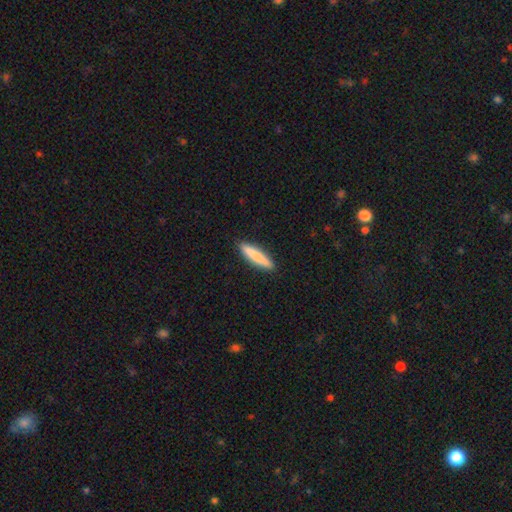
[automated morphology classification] smooth_or_featured: smooth (p=0.80) [alt: featured or disk p=0.15]
how_rounded: cigar-shaped (p=0.90) [alt: in between p=0.09]
merging: none (p=0.91) [alt: minor disturbance p=0.06]